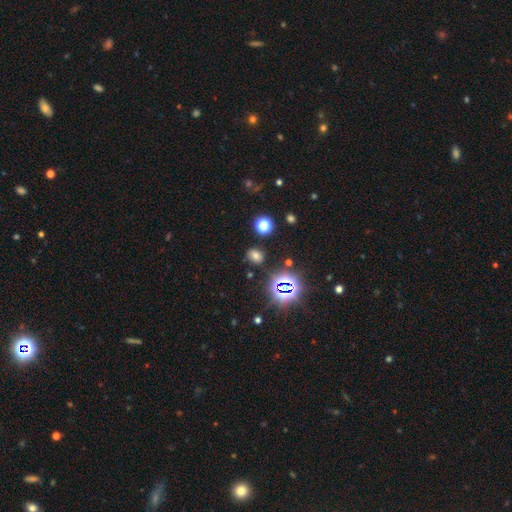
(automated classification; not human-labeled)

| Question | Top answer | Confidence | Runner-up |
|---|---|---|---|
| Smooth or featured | smooth | 57% | star or artifact (33%) |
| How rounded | round | 52% | in between (47%) |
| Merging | none | 81% | minor disturbance (11%) |